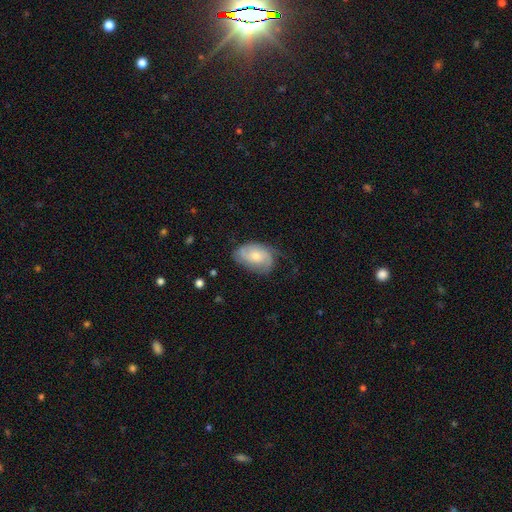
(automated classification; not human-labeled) The model was most divided on "spiral winding": medium: 42%, tight: 39%, loose: 19%. Remaining: edge-on disk — no (96%); spiral arms — yes (90%); bar — no (72%); smooth or featured — featured or disk (62%); merging — none (60%); spiral arm count — 2 (52%); bulge size — moderate (49%).